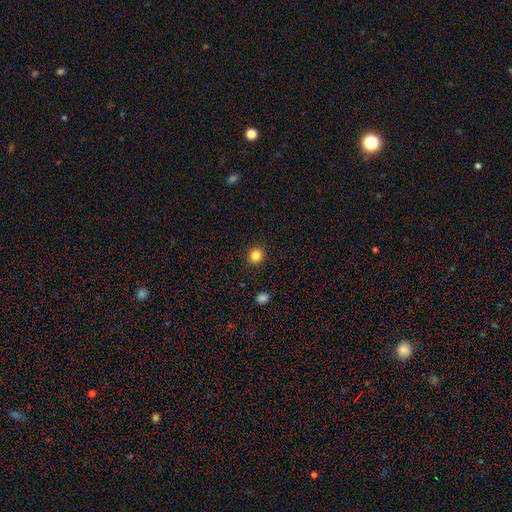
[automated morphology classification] This appears to be a smooth galaxy with no disk features (84%) that is round (88%). Merging: none (92%).